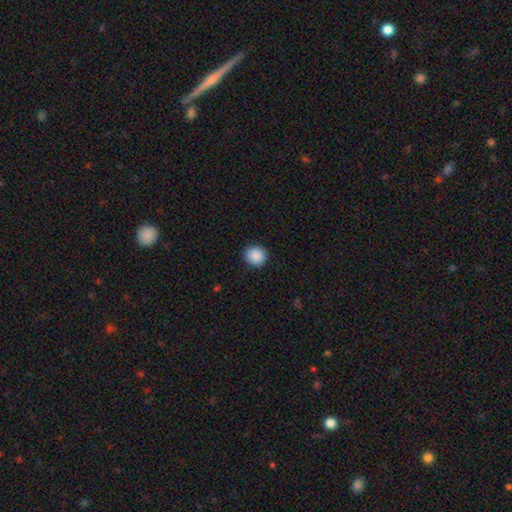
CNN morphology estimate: Q: Smooth or featured?
A: smooth (89%); runner-up: star or artifact (8%)
Q: How rounded?
A: round (92%); runner-up: in between (7%)
Q: Merging?
A: none (91%); runner-up: minor disturbance (6%)